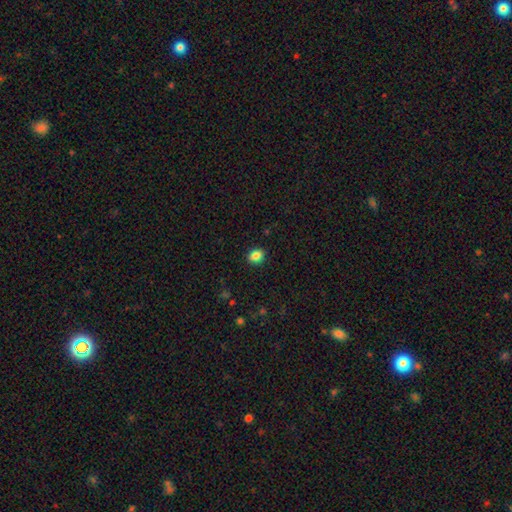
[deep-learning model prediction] smooth 85%, star or artifact 10%, featured or disk 5%. Down the decision tree: how rounded — round (52%); merging — none (90%).